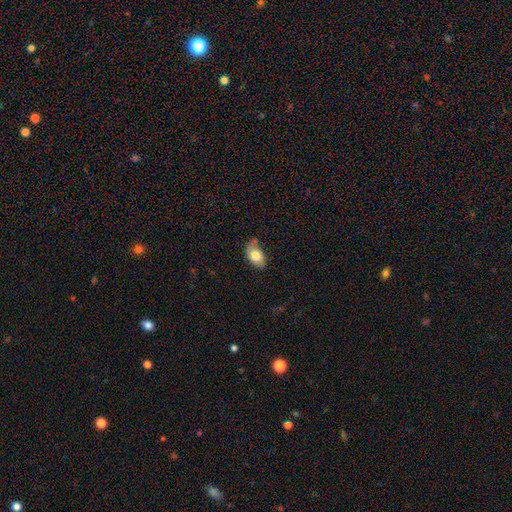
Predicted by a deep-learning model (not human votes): Overall: smooth (78%). How rounded: in between (87%). Merging: none (55%; minor disturbance 32%).